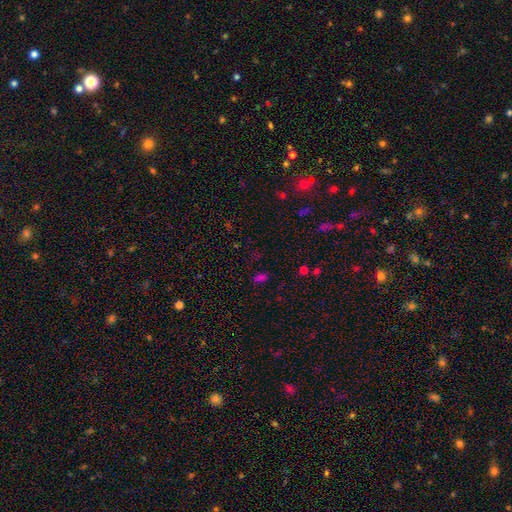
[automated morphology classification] A smooth galaxy with no disk features (51%) that is in between round and cigar-shaped (69%). Merging: none (77%).